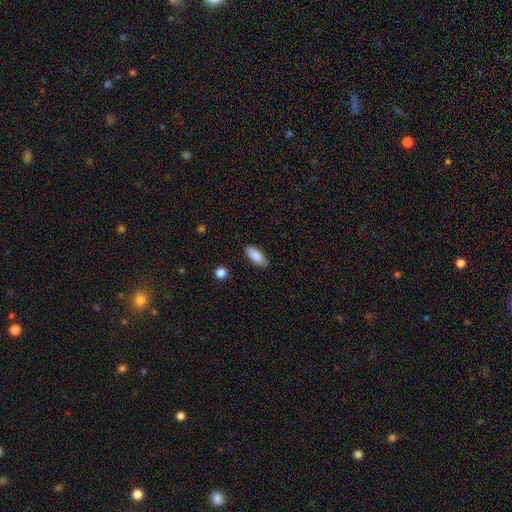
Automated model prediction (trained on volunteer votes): This appears to be a smooth galaxy with no disk features (87%) that is in between round and cigar-shaped (83%). Merging: none (85%).